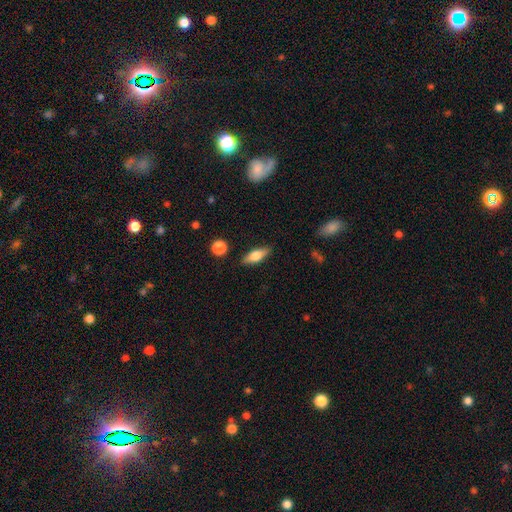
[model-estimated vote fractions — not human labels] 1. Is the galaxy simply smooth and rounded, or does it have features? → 58% smooth, 35% featured or disk, 7% star or artifact.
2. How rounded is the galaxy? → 61% in between, 35% cigar-shaped, 4% round.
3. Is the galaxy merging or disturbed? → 86% none, 10% minor disturbance, 2% major disturbance, 2% merger.